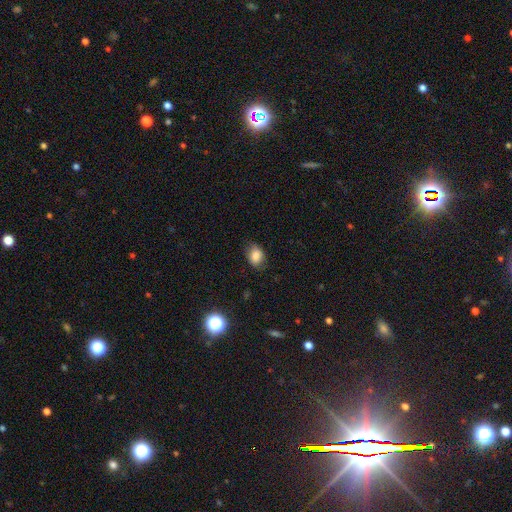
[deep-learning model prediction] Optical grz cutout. It shows a smooth galaxy with no disk features (84%) that is in between round and cigar-shaped (63%). Merging: none (74%).